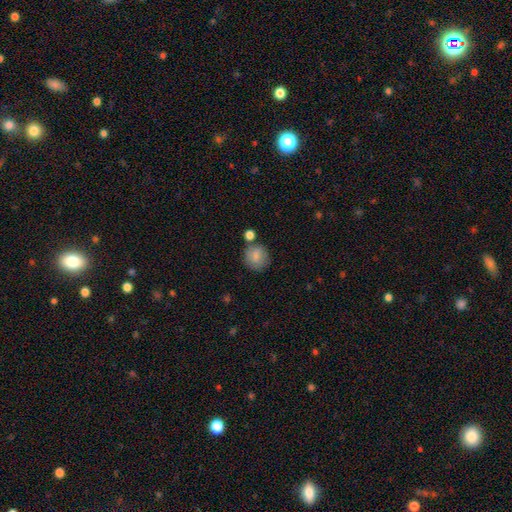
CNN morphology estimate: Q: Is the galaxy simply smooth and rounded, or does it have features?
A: smooth — 82%.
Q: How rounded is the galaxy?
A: round — 84%.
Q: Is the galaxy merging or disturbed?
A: none — 69%.